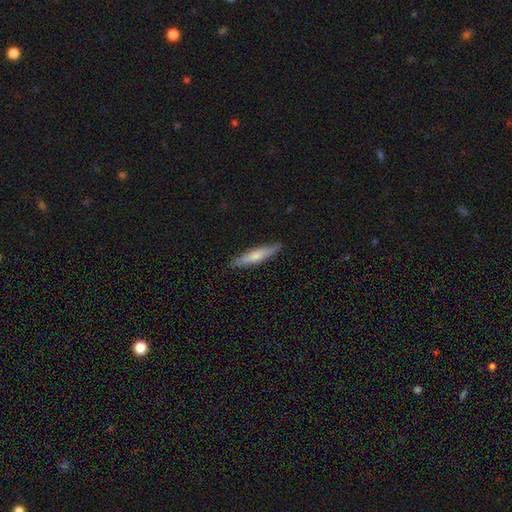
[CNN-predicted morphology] smooth-or-featured: smooth: 63% | featured or disk: 32% | star or artifact: 5%
  how-rounded: cigar-shaped: 88% | in between: 11% | round: 1%
  merging: none: 88% | minor disturbance: 9% | major disturbance: 2% | merger: 1%